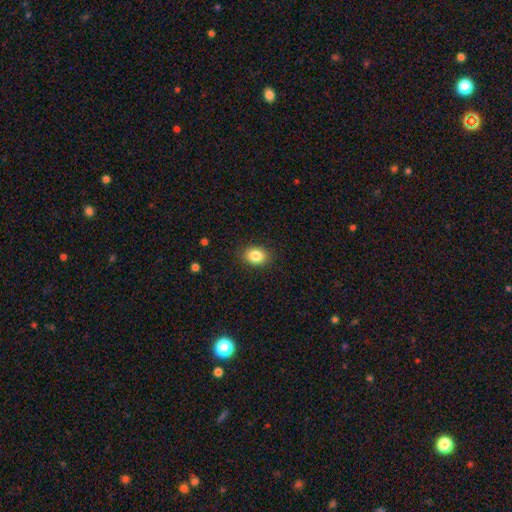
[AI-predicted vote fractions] smooth_or_featured: smooth (p=0.84) [alt: star or artifact p=0.09]
how_rounded: in between (p=0.59) [alt: round p=0.40]
merging: none (p=0.88) [alt: minor disturbance p=0.09]